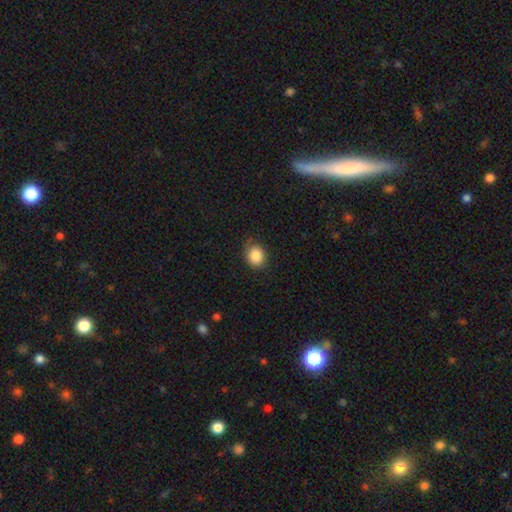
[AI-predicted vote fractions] Overall: smooth (87%). How rounded: round (70%). Merging: none (80%).